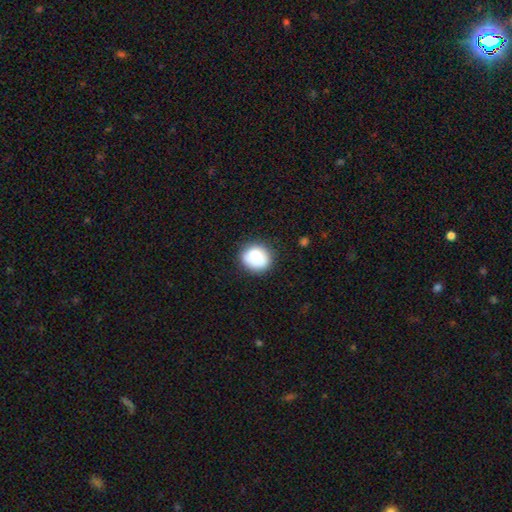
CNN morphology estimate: This appears to be a smooth galaxy with no disk features (81%) that is round (78%). Merging: none (79%).